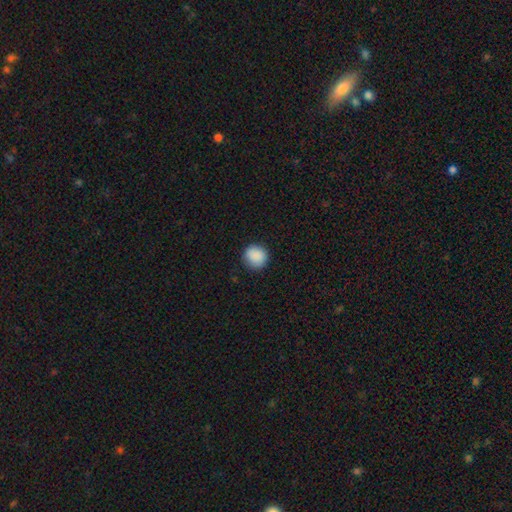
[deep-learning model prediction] Q: Smooth or featured?
A: smooth (89%); runner-up: star or artifact (8%)
Q: How rounded?
A: round (90%); runner-up: in between (9%)
Q: Merging?
A: none (89%); runner-up: minor disturbance (8%)